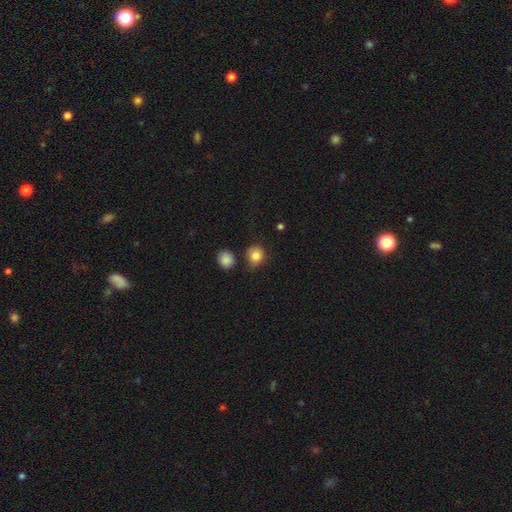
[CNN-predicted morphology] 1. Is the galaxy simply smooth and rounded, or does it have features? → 85% smooth, 10% star or artifact, 5% featured or disk.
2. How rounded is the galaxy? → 83% round, 16% in between, 1% cigar-shaped.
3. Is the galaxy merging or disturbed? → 75% none, 14% minor disturbance, 7% merger, 4% major disturbance.